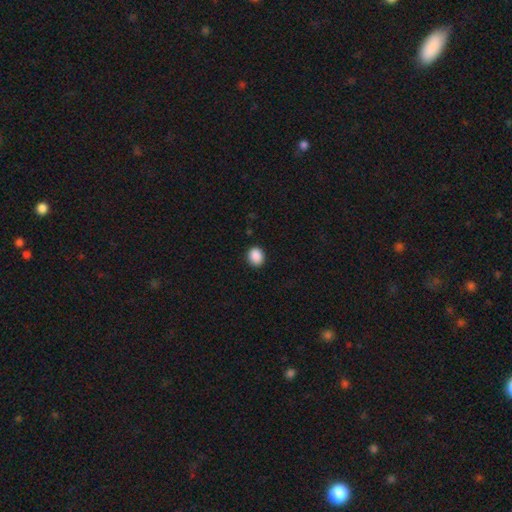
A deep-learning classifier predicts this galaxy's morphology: This appears to be a smooth galaxy with no disk features (89%) that is round (61%). Merging: none (91%).